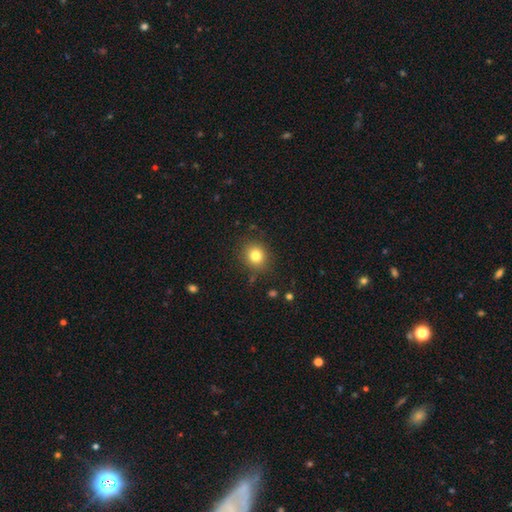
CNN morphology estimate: Smooth or featured? smooth (81%)
How rounded? round (84%)
Merging? none (86%)